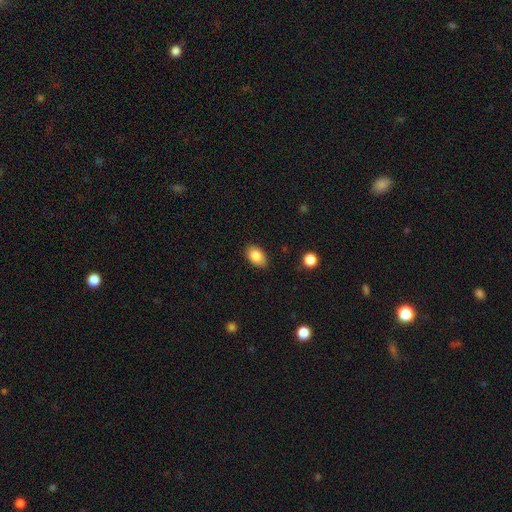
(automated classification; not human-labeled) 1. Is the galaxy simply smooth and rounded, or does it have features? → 85% smooth, 8% star or artifact, 7% featured or disk.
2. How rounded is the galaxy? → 89% in between, 10% round, 1% cigar-shaped.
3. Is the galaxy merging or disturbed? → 85% none, 12% minor disturbance, 2% major disturbance, 1% merger.